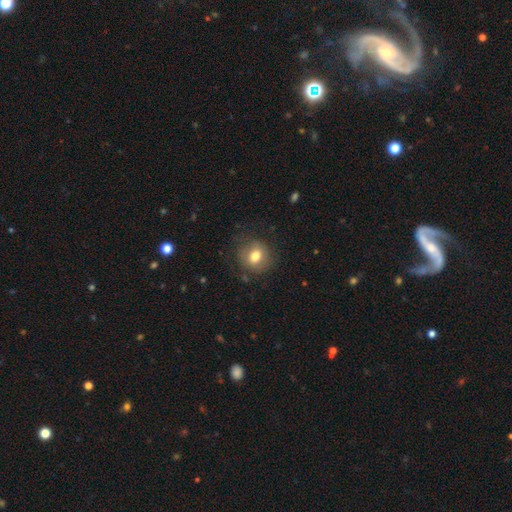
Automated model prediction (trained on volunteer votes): smooth-or-featured: smooth: 74% | featured or disk: 16% | star or artifact: 10%
  how-rounded: round: 80% | in between: 19% | cigar-shaped: 1%
  merging: none: 80% | minor disturbance: 14% | major disturbance: 5% | merger: 1%